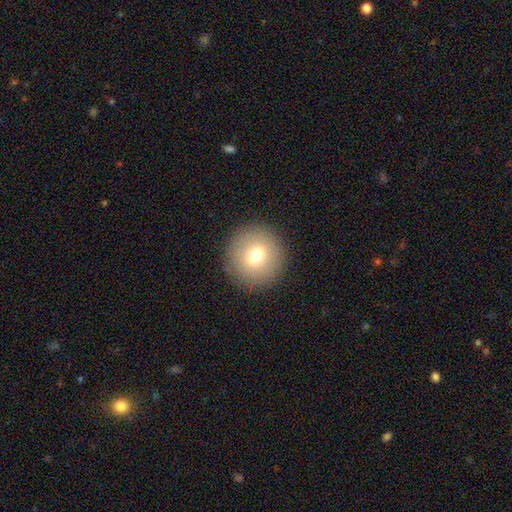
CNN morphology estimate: This appears to be a smooth galaxy with no disk features (70%) that is round (92%). Merging: none (89%).